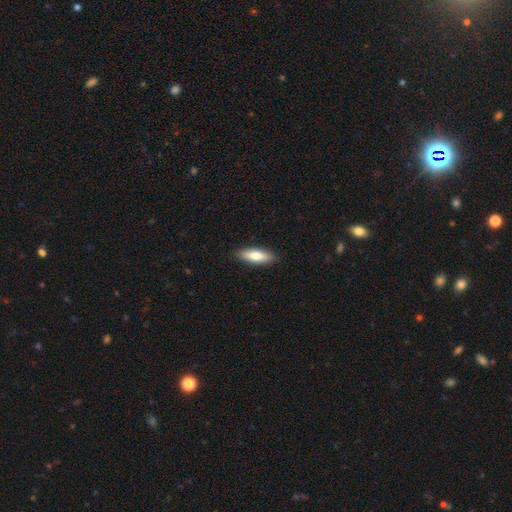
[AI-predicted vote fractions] Smooth or featured: smooth — 75% (featured or disk — 20%)
How rounded: in between — 54% (cigar-shaped — 44%)
Merging: none — 89% (minor disturbance — 8%)